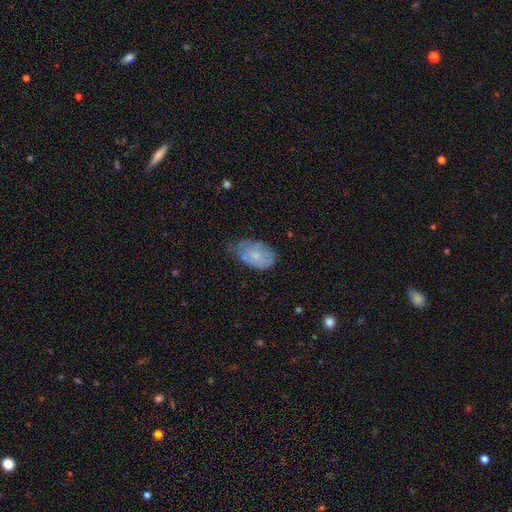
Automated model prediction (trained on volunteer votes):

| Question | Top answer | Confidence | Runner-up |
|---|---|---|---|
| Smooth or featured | smooth | 66% | featured or disk (27%) |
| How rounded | in between | 91% | round (8%) |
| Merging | none | 48% | minor disturbance (40%) |